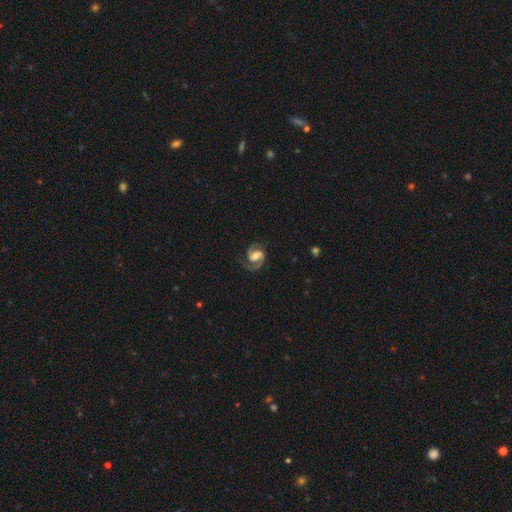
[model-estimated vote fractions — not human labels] Smooth or featured: featured or disk — 86% (smooth — 8%)
Edge-on disk: no — 98% (yes — 2%)
Bar: weak — 49% (strong — 28%)
Spiral arms: yes — 97% (no — 3%)
Spiral winding: medium — 56% (tight — 27%)
Spiral arm count: 2 — 89% (1 — 4%)
Bulge size: moderate — 41% (large — 23%)
Merging: none — 75% (minor disturbance — 15%)